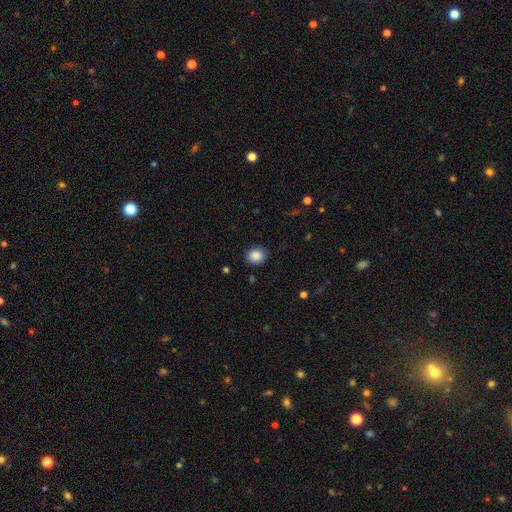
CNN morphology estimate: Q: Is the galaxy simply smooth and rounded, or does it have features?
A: smooth — 87%.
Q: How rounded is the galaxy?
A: round — 64%.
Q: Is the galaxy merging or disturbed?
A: none — 86%.